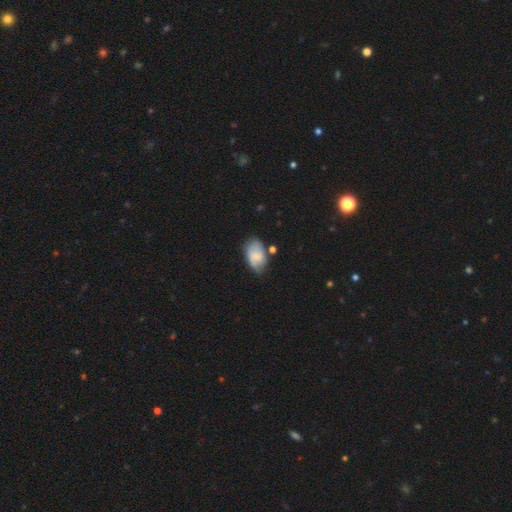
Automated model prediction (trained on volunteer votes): Morphology: type=smooth (67%); roundness=in between (91%); merging=none (57%).